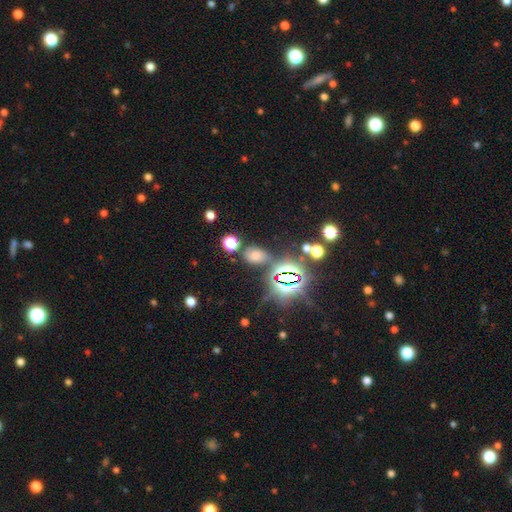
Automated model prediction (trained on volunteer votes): Morphology: type=smooth (48%); merging=none (62%).